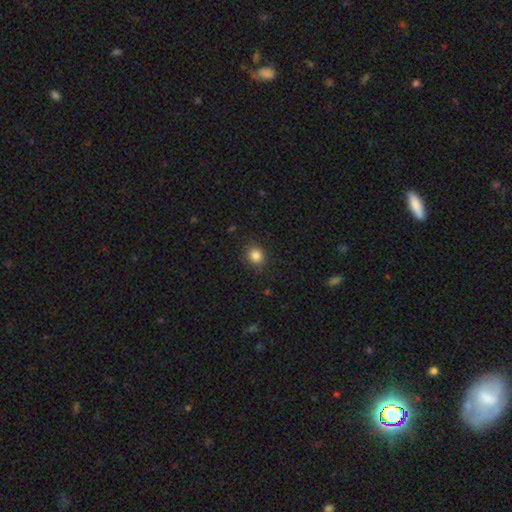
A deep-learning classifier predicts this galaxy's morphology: smooth_or_featured: smooth (p=0.84) [alt: star or artifact p=0.11]
how_rounded: round (p=0.67) [alt: in between p=0.32]
merging: none (p=0.87) [alt: minor disturbance p=0.10]